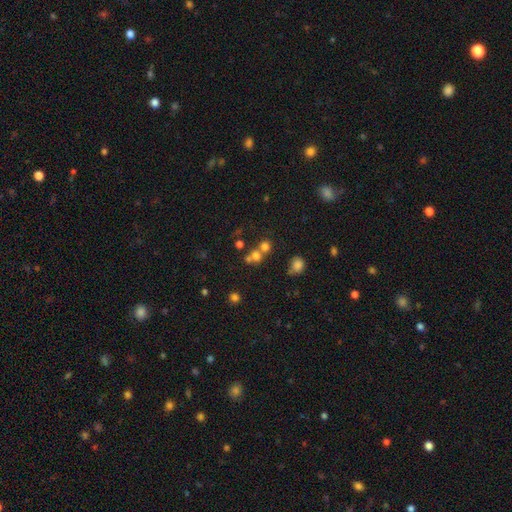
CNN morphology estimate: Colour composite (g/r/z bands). It shows a smooth galaxy with no disk features (66%) that is round (83%). Merging: merger (48%).